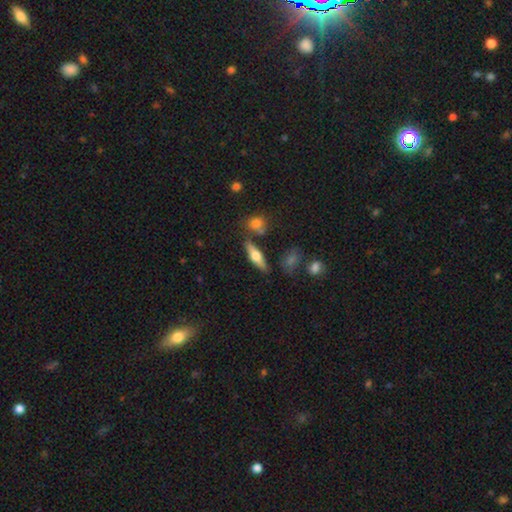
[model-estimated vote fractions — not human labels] smooth_or_featured: featured or disk (p=0.49) [alt: smooth p=0.44]
merging: none (p=0.76) [alt: minor disturbance p=0.12]